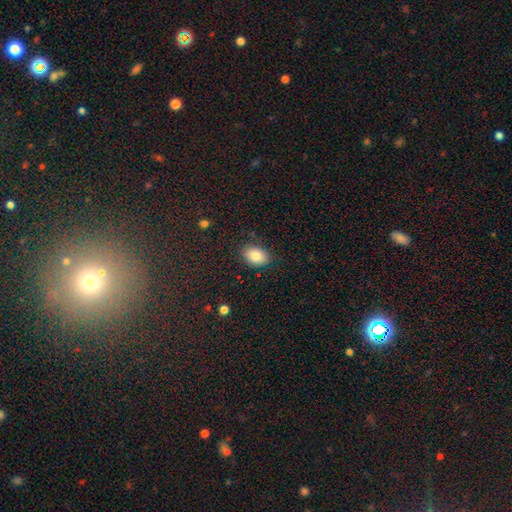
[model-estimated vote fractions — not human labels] Smooth or featured? smooth (84%)
How rounded? in between (85%)
Merging? none (83%)